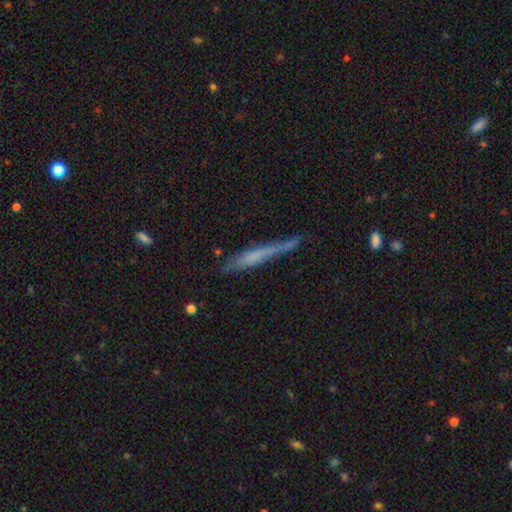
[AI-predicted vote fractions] This is possibly a smooth galaxy (50%). How rounded: clearly cigar-shaped (95%). Merging: likely none (63%).